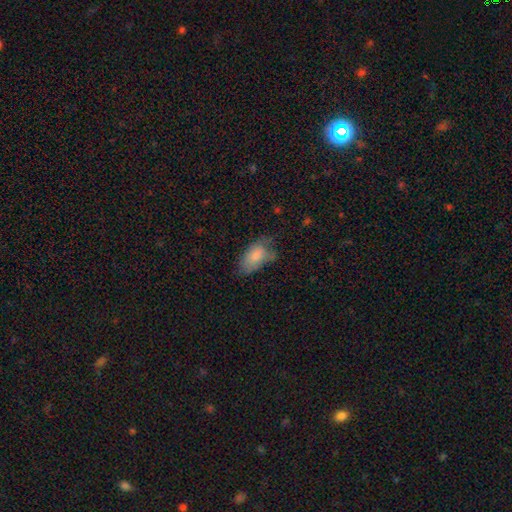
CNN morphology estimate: type=smooth (78%); roundness=in between (93%); merging=none (45%).